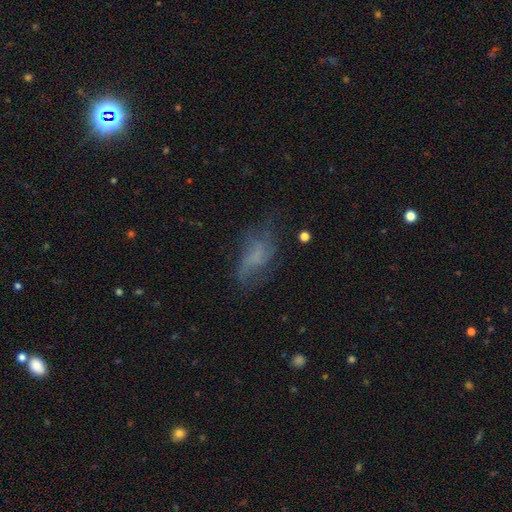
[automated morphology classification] This is marginally a featured or disk galaxy (45%). Merging: possibly none (49%).